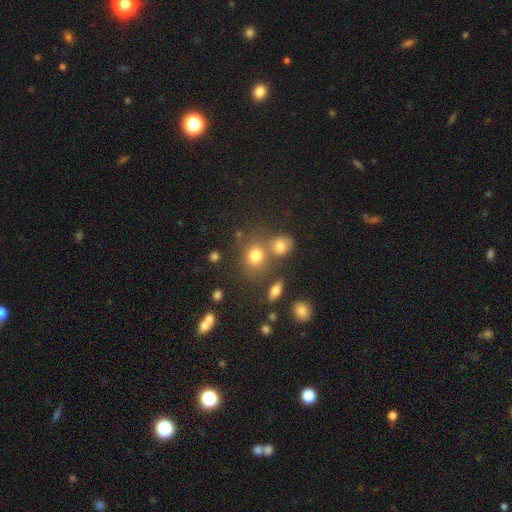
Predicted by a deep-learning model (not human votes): smooth_or_featured: smooth (p=0.76) [alt: star or artifact p=0.14]
how_rounded: round (p=0.67) [alt: in between p=0.31]
merging: none (p=0.58) [alt: merger p=0.25]